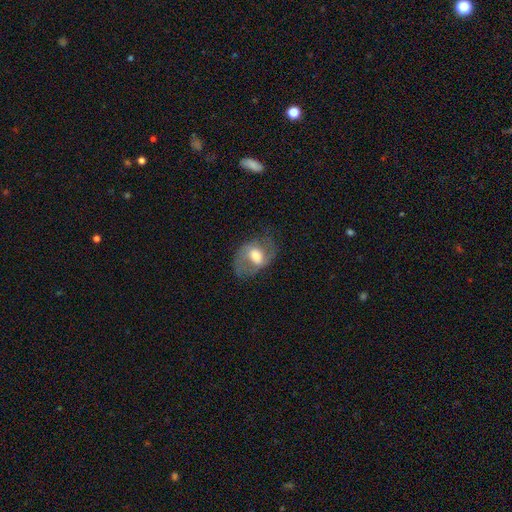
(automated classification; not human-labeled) The model was most divided on "bar": weak: 44%, no: 38%, strong: 18%. More confident: edge-on disk — no (95%); spiral arms — yes (65%); bulge size — moderate (54%); smooth or featured — featured or disk (54%); merging — none (53%).